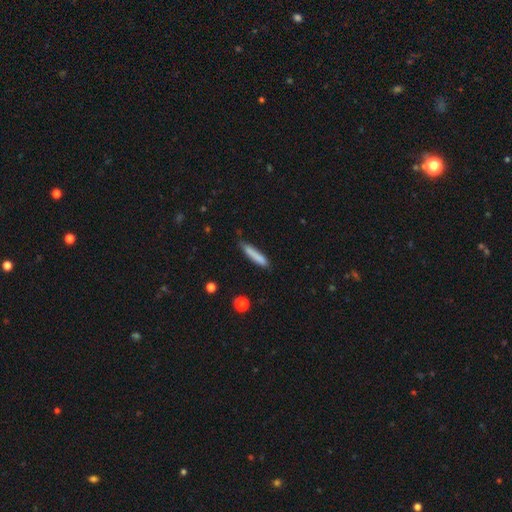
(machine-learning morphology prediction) The model was most divided on "merging": none: 75%, minor disturbance: 20%, major disturbance: 3%, merger: 2%. More confident: how rounded — cigar-shaped (90%); smooth or featured — smooth (81%).